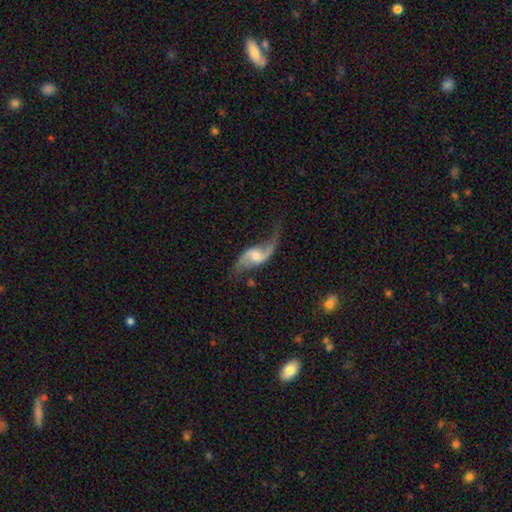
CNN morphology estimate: This is clearly a featured or disk galaxy (88%). It is clearly not viewed edge-on (96%). Bar: possibly weak (45%). Spiral arm pattern: clearly yes (96%). Spiral arm count: clearly 2 (91%). Spiral winding: clearly loose (84%). Central bulge: possibly moderate (46%). Merging: likely none (65%).